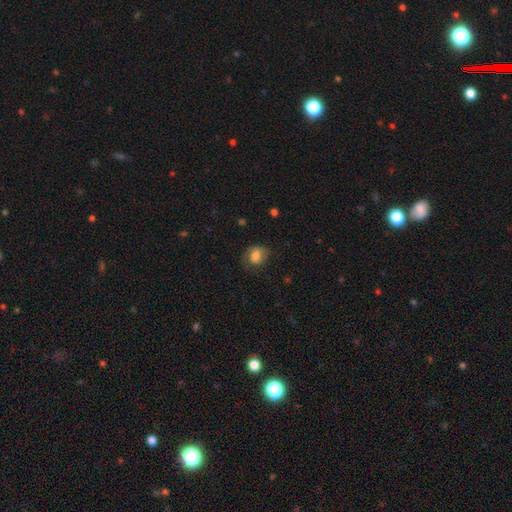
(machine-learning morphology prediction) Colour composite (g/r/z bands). It shows a smooth galaxy with no disk features (72%) that is round (58%). Merging: none (63%).